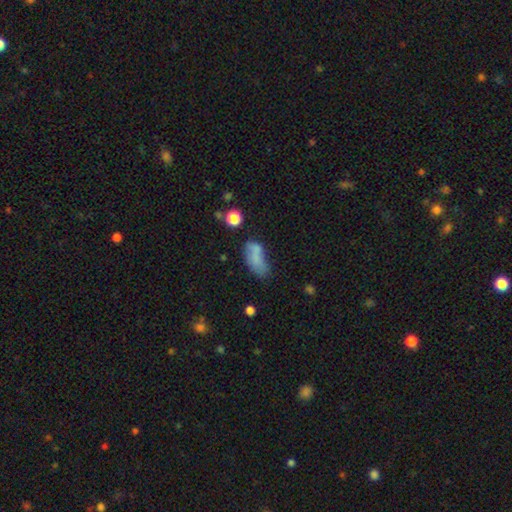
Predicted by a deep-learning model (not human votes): Smooth or featured: smooth — 68% (featured or disk — 20%)
How rounded: in between — 86% (cigar-shaped — 10%)
Merging: none — 36% (minor disturbance — 30%)